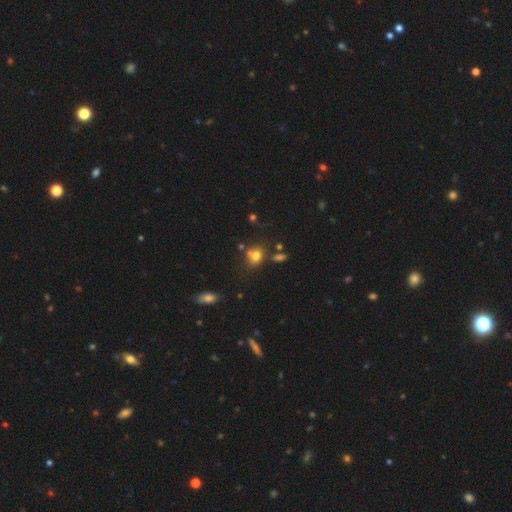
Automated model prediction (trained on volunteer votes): smooth 73%, star or artifact 15%, featured or disk 11%. Down the decision tree: how rounded — round (52%); merging — none (56%).